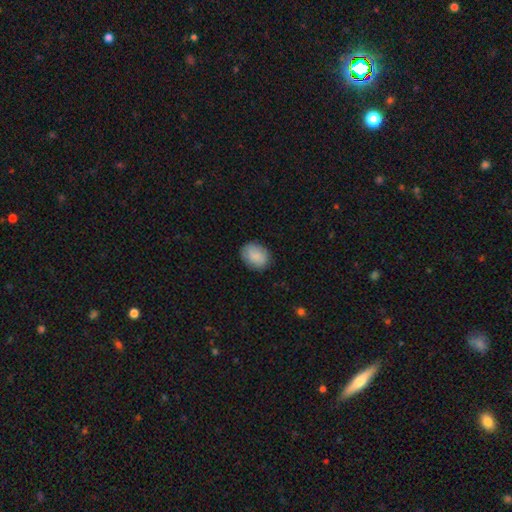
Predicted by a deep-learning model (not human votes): smooth-or-featured: smooth: 87% | featured or disk: 7% | star or artifact: 6%
  how-rounded: in between: 61% | round: 38% | cigar-shaped: 1%
  merging: none: 85% | minor disturbance: 12% | major disturbance: 3% | merger: 1%